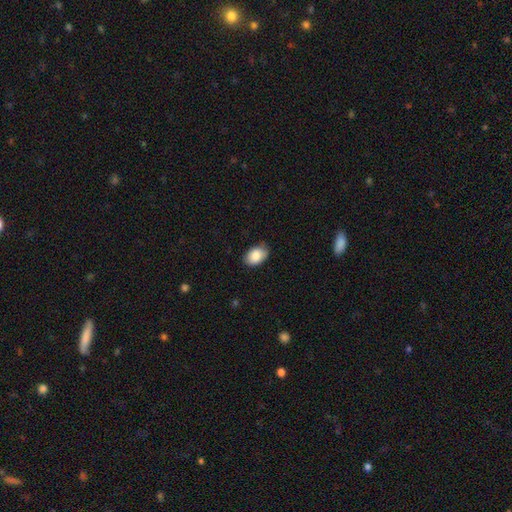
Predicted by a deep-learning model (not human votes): Q: Smooth or featured?
A: smooth (87%); runner-up: star or artifact (7%)
Q: How rounded?
A: in between (88%); runner-up: round (11%)
Q: Merging?
A: none (82%); runner-up: minor disturbance (15%)